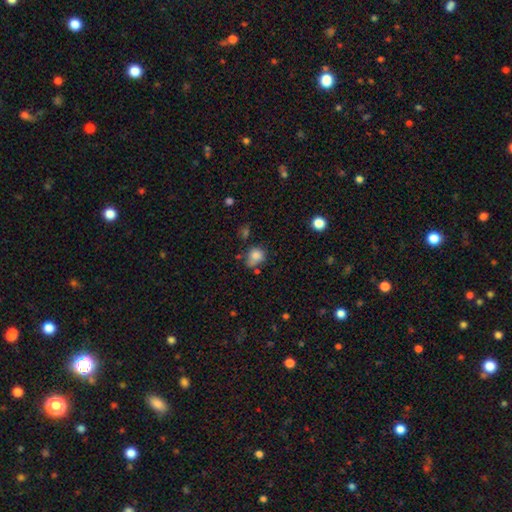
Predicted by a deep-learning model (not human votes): Smooth or featured: smooth — 81% (star or artifact — 11%)
How rounded: round — 65% (in between — 34%)
Merging: none — 48% (minor disturbance — 27%)